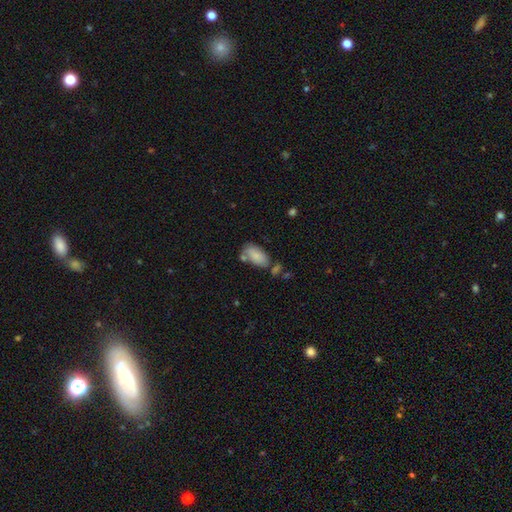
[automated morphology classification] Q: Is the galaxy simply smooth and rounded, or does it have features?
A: smooth — 83%.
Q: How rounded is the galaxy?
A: in between — 94%.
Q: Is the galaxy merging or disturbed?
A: none — 54%.